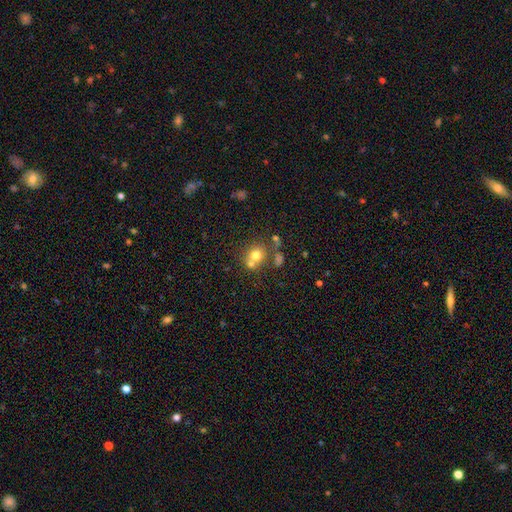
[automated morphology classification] Smooth or featured? Predicted: smooth (p=0.70). How rounded? Predicted: round (p=0.81). Merging? Predicted: none (p=0.51).